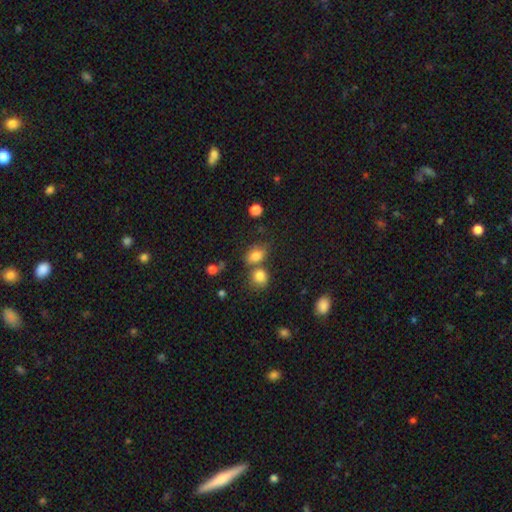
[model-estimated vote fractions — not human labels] This is clearly a smooth galaxy (80%). How rounded: likely in between (73%). Merging: possibly none (55%).